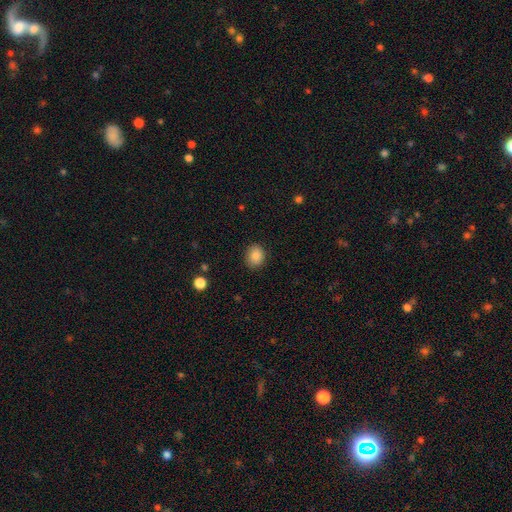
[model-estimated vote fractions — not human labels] Overall: smooth (86%). How rounded: round (60%; in between 39%). Merging: none (86%).